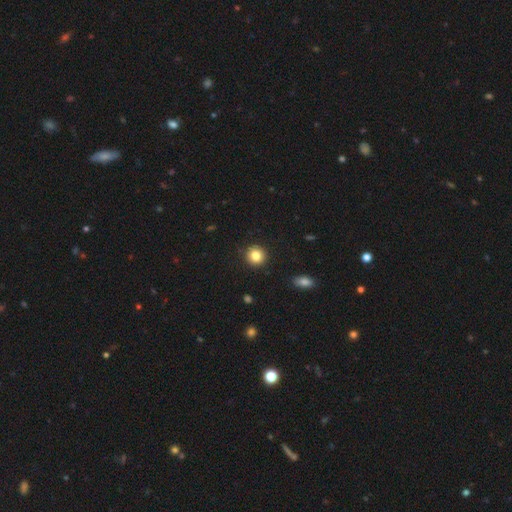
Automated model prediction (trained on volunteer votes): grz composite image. It shows a smooth galaxy with no disk features (84%) that is round (93%). Merging: none (92%).